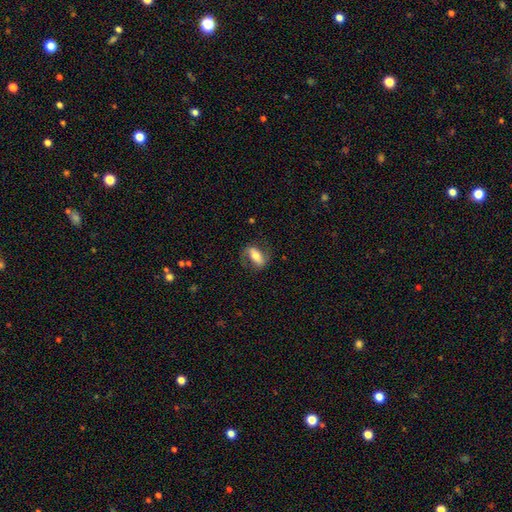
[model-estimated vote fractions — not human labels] A featured or disk galaxy (52%). Merging: none (71%).